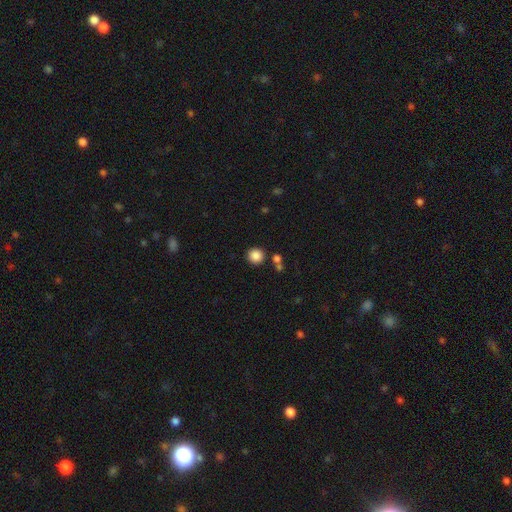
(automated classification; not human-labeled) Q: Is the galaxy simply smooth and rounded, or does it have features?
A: smooth — 86%.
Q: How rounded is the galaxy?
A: round — 94%.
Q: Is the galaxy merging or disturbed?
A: none — 84%.